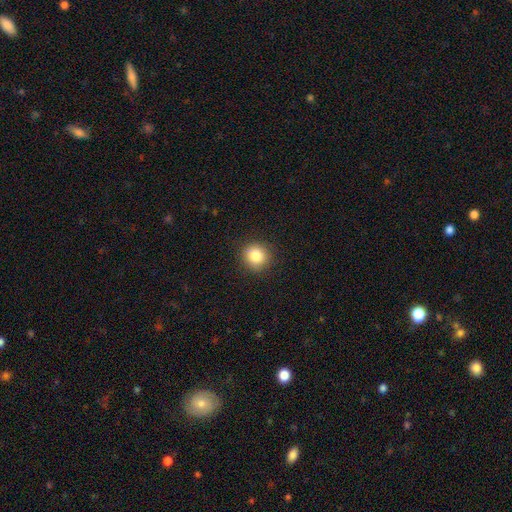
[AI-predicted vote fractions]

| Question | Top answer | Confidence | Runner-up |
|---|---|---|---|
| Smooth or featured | smooth | 84% | star or artifact (10%) |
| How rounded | round | 90% | in between (9%) |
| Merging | none | 90% | minor disturbance (7%) |